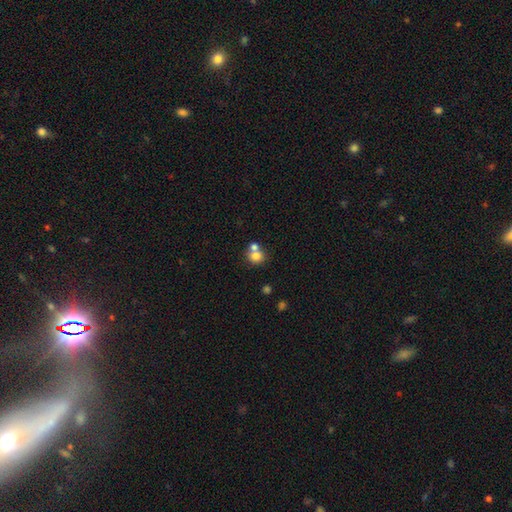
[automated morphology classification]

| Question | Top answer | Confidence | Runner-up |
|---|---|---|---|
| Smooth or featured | smooth | 77% | featured or disk (12%) |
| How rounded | round | 80% | in between (19%) |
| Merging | none | 45% | merger (44%) |